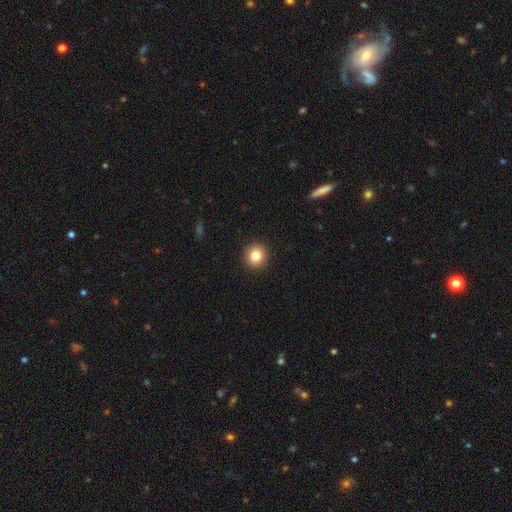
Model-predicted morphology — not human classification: smooth_or_featured: smooth (p=0.83) [alt: star or artifact p=0.10]
how_rounded: round (p=0.94) [alt: in between p=0.05]
merging: none (p=0.93) [alt: minor disturbance p=0.04]